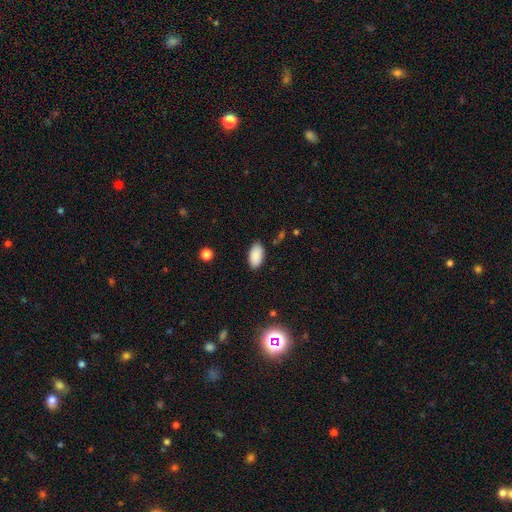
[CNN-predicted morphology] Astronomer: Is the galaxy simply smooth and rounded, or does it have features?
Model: smooth — 89%.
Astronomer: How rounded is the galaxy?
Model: in between — 95%.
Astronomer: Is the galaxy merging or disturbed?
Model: none — 87%.